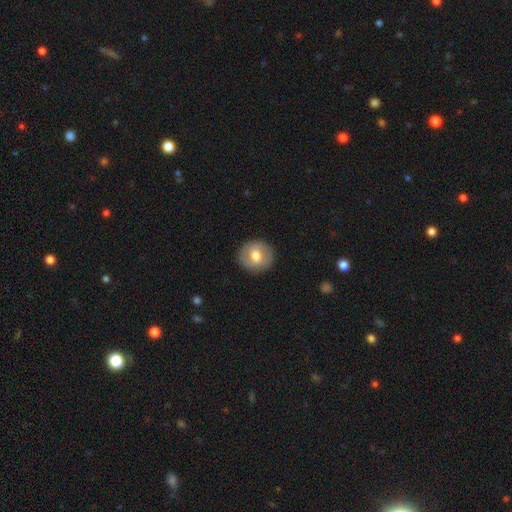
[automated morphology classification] Smooth or featured?
  - smooth: 62% *
  - featured or disk: 31%
  - star or artifact: 7%
How rounded?
  - round: 84% *
  - in between: 15%
  - cigar-shaped: 1%
Merging?
  - none: 88% *
  - minor disturbance: 8%
  - major disturbance: 2%
  - merger: 1%